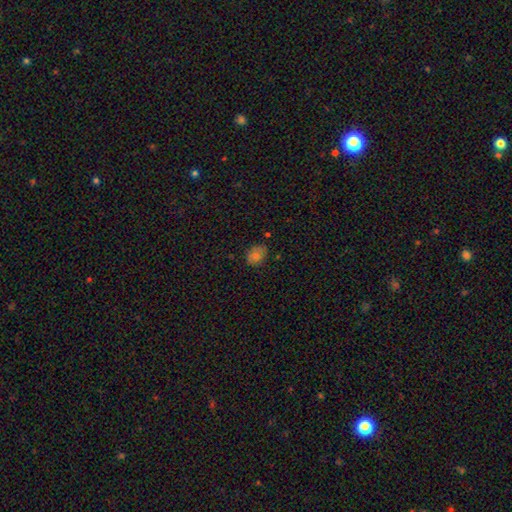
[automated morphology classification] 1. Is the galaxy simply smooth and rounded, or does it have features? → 75% smooth, 14% star or artifact, 11% featured or disk.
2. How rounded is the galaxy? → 58% in between, 41% round, 1% cigar-shaped.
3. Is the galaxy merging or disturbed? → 72% none, 22% minor disturbance, 4% major disturbance, 2% merger.